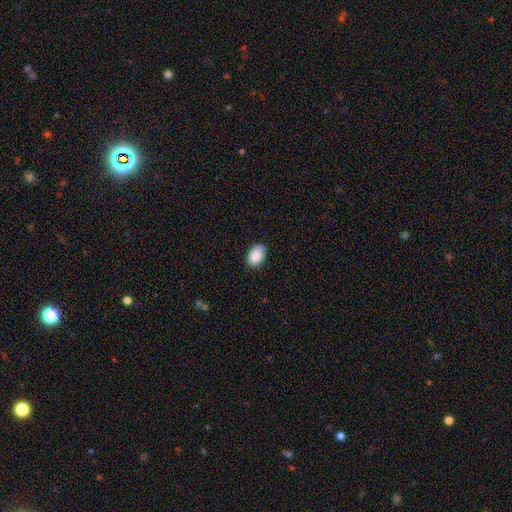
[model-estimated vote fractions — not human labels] Smooth or featured? Predicted: smooth (p=0.89). How rounded? Predicted: in between (p=0.88). Merging? Predicted: none (p=0.84).